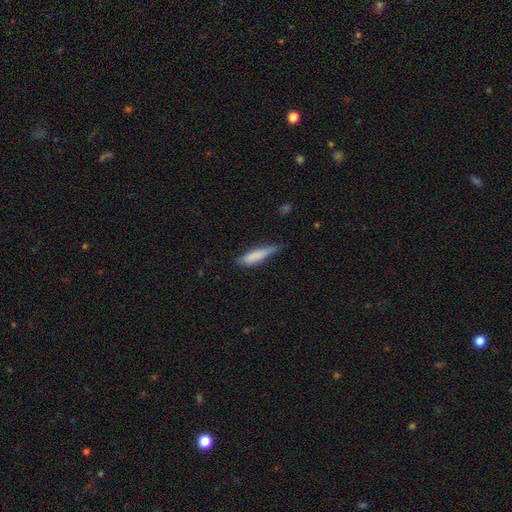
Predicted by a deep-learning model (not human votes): smooth 80%, featured or disk 14%, star or artifact 6%. Down the decision tree: how rounded — cigar-shaped (78%); merging — none (53%).